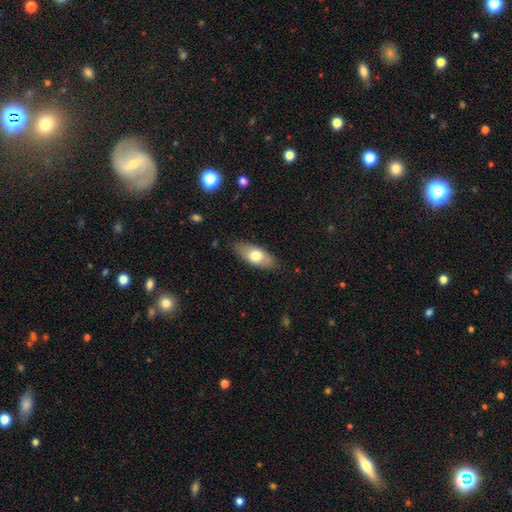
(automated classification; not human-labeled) A smooth galaxy with no disk features (69%) that is in between round and cigar-shaped (82%).

Vote fractions:
- Smooth or featured? smooth: 69% / featured or disk: 25% / star or artifact: 6%
- How rounded? in between: 82% / cigar-shaped: 14% / round: 3%
- Merging? none: 83% / minor disturbance: 13% / major disturbance: 3% / merger: 1%